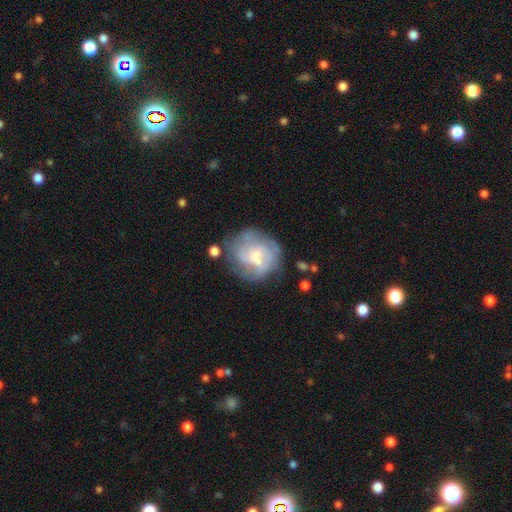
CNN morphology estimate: Smooth or featured? Predicted: featured or disk (p=0.60). Edge-on disk? Predicted: no (p=0.98). Bar? Predicted: no (p=0.64). Spiral arms? Predicted: yes (p=0.62). Bulge size? Predicted: small (p=0.57). Merging? Predicted: none (p=0.58).